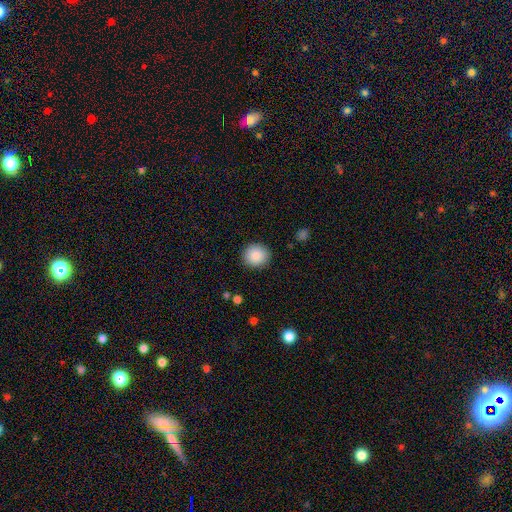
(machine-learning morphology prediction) Smooth or featured: smooth — 89% (star or artifact — 8%)
How rounded: round — 90% (in between — 9%)
Merging: none — 91% (minor disturbance — 6%)